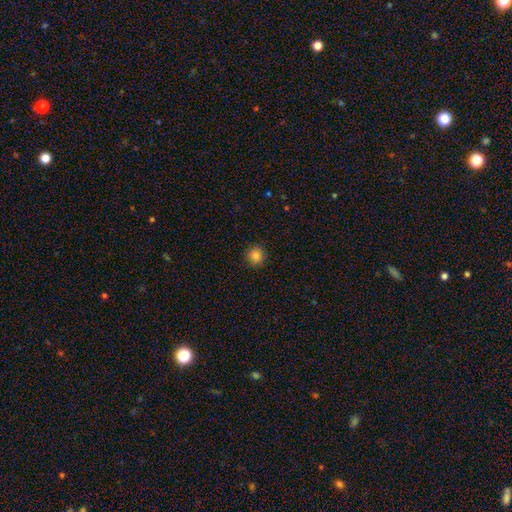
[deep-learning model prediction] Smooth or featured: smooth — 84% (star or artifact — 11%)
How rounded: round — 92% (in between — 7%)
Merging: none — 91% (minor disturbance — 7%)